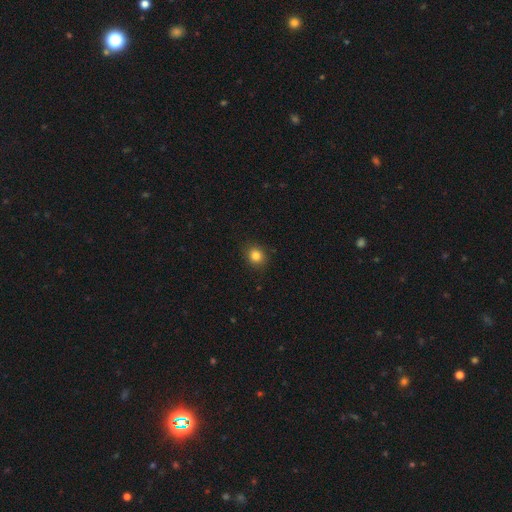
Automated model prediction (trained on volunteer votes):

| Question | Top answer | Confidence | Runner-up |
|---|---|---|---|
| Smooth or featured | smooth | 83% | star or artifact (12%) |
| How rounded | round | 75% | in between (24%) |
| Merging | none | 88% | minor disturbance (8%) |